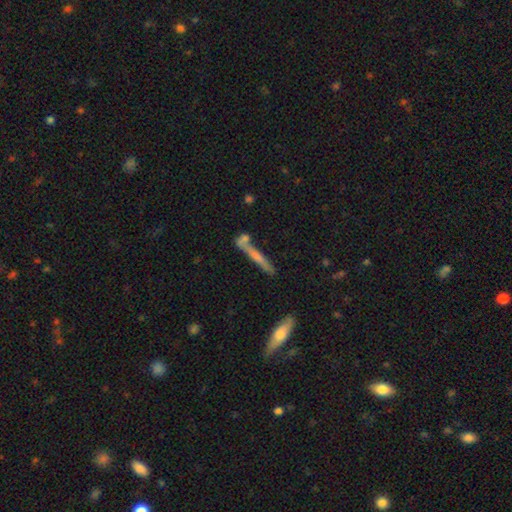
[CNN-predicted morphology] This appears to be a smooth galaxy with no disk features (50%). Merging: none (65%).